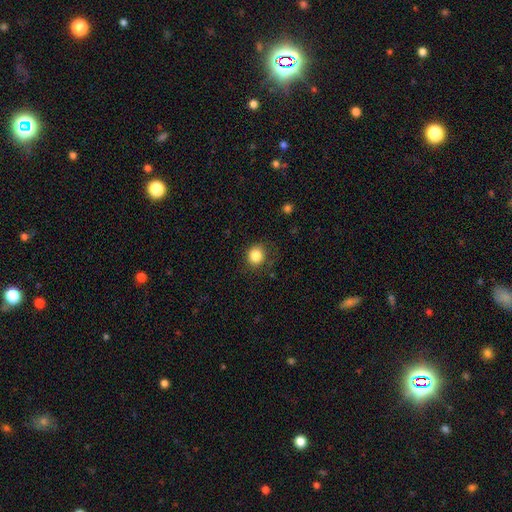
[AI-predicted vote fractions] smooth_or_featured: smooth (p=0.84) [alt: star or artifact p=0.11]
how_rounded: round (p=0.81) [alt: in between p=0.18]
merging: none (p=0.80) [alt: minor disturbance p=0.14]